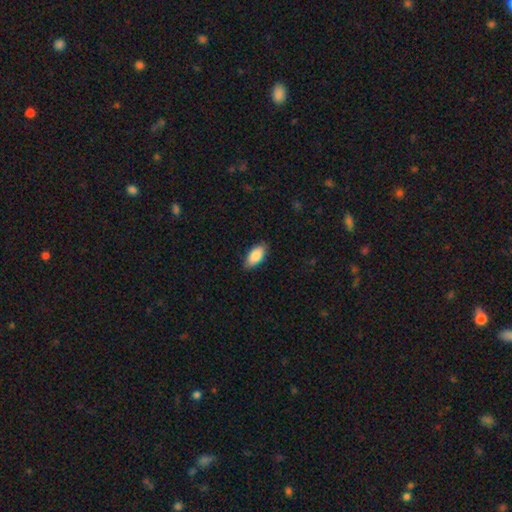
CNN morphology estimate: A smooth galaxy with no disk features (87%) that is in between round and cigar-shaped (92%). Merging: none (84%).